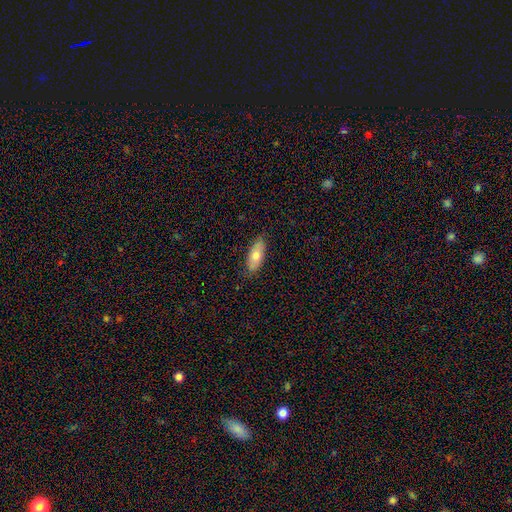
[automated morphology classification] A smooth galaxy with no disk features (72%) that is in between round and cigar-shaped (80%). Merging: none (83%).